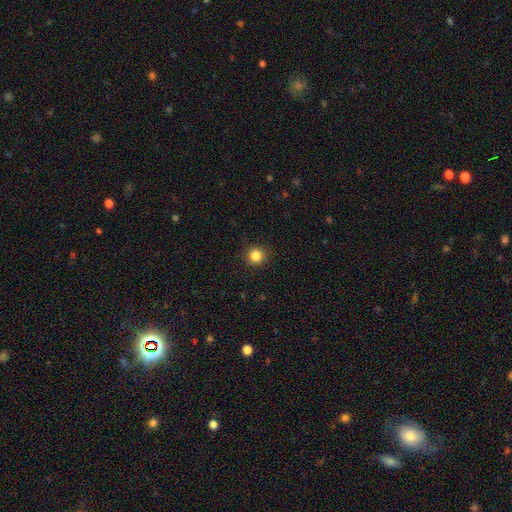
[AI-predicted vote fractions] A smooth galaxy with no disk features (84%) that is round (93%). Merging: none (92%).